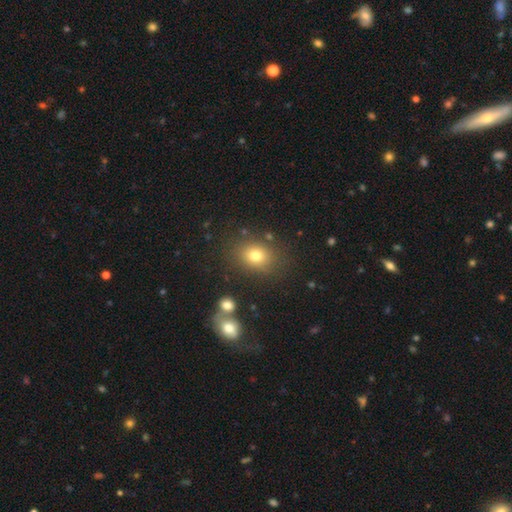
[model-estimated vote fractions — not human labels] This appears to be a smooth galaxy with no disk features (76%) that is round (51%). Merging: none (78%).